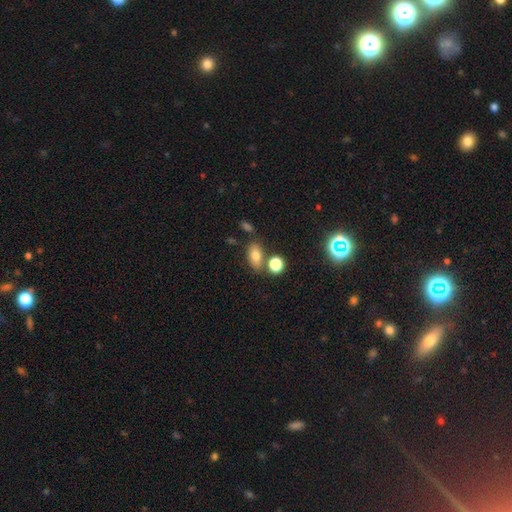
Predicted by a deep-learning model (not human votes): Q: Smooth or featured?
A: smooth (75%); runner-up: star or artifact (12%)
Q: How rounded?
A: in between (82%); runner-up: round (14%)
Q: Merging?
A: none (70%); runner-up: merger (14%)